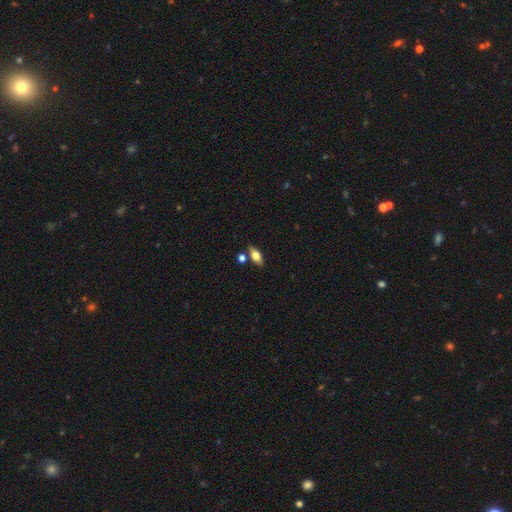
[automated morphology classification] Overall: smooth (64%; featured or disk 27%). How rounded: in between (82%). Merging: none (77%).